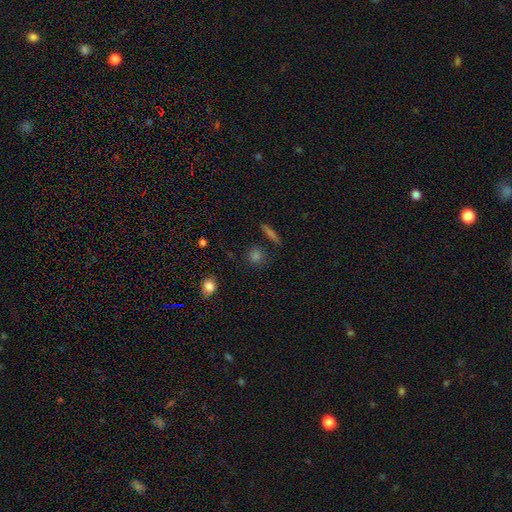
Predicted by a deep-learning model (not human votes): Smooth or featured? Predicted: smooth (p=0.75). How rounded? Predicted: round (p=0.81). Merging? Predicted: none (p=0.82).